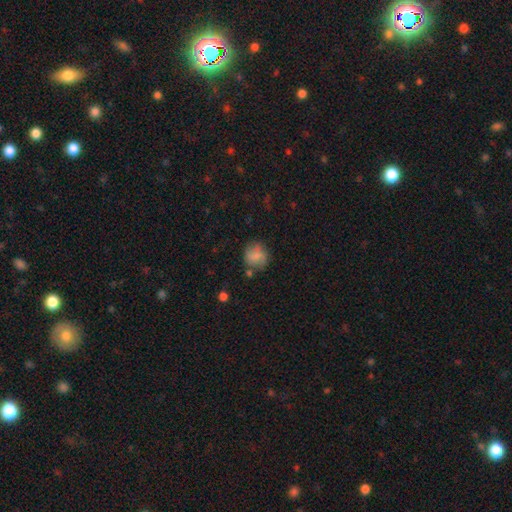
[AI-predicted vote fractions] A smooth galaxy with no disk features (74%) that is round (82%). Merging: none (66%).